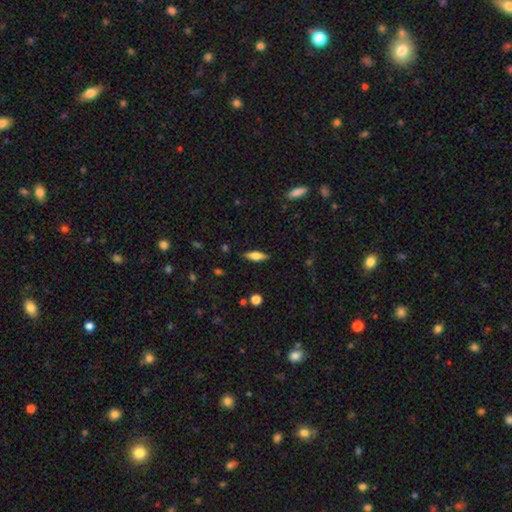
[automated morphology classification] type=smooth (49%); merging=none (87%).